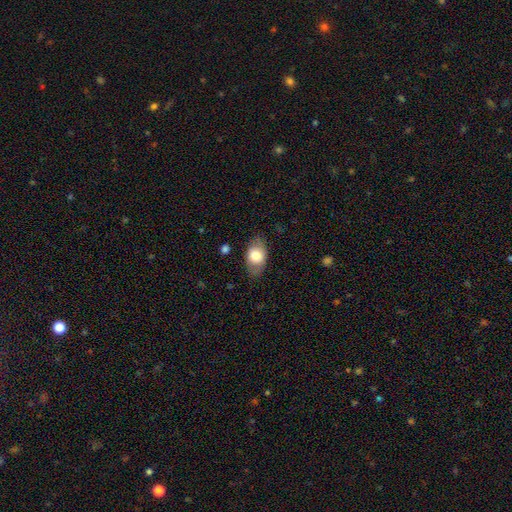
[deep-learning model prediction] Morphology: type=smooth (71%); roundness=in between (88%); merging=none (80%).